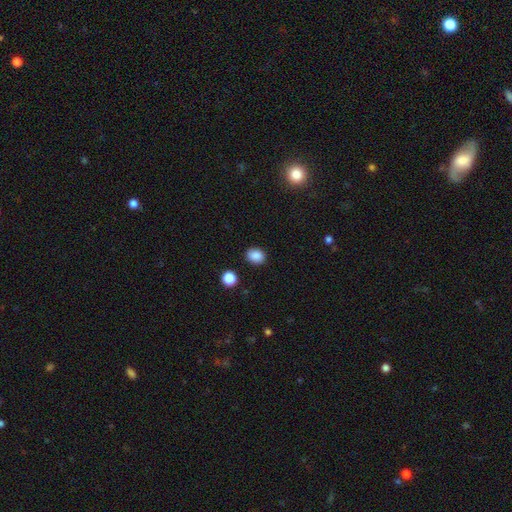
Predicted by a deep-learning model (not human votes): The model was most divided on "how rounded": round: 55%, in between: 44%, cigar-shaped: 1%. More confident: merging — none (88%); smooth or featured — smooth (87%).